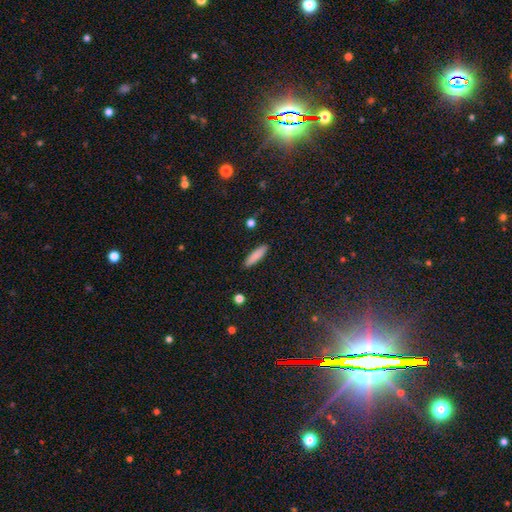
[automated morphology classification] Overall: smooth (85%). How rounded: cigar-shaped (76%). Merging: none (90%).